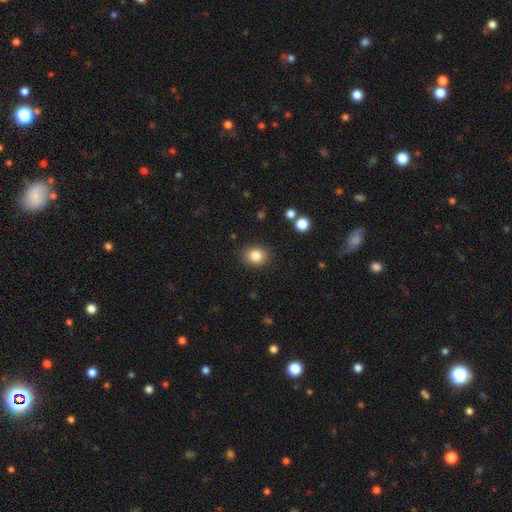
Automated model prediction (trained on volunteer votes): smooth_or_featured: smooth (p=0.84) [alt: star or artifact p=0.10]
how_rounded: round (p=0.63) [alt: in between p=0.36]
merging: none (p=0.88) [alt: minor disturbance p=0.08]